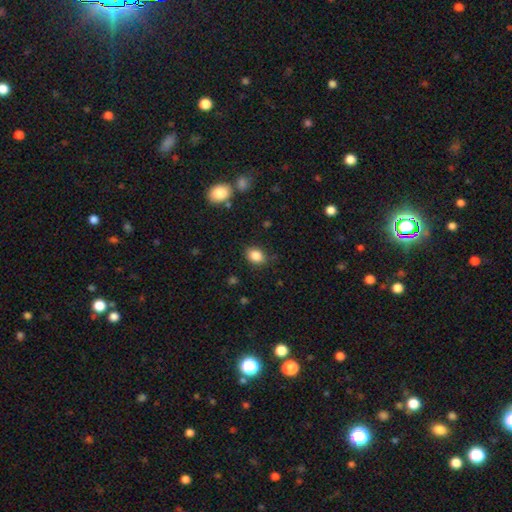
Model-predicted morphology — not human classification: Smooth or featured? smooth (85%)
How rounded? in between (71%)
Merging? none (82%)